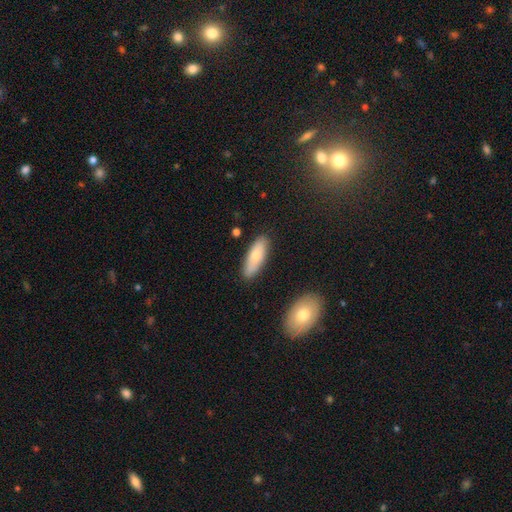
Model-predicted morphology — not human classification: The model was most divided on "how rounded": in between: 65%, cigar-shaped: 33%, round: 2%. More confident: merging — none (84%); smooth or featured — smooth (73%).